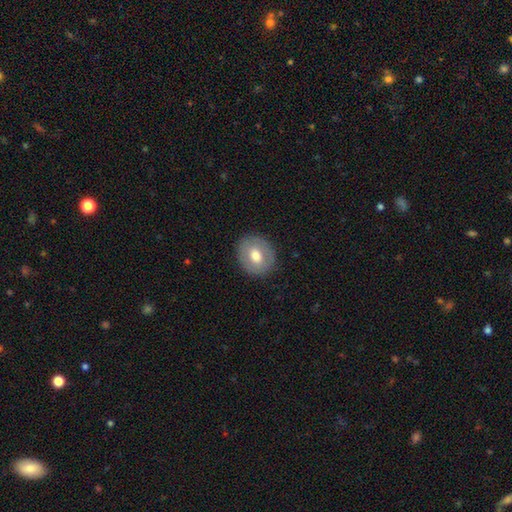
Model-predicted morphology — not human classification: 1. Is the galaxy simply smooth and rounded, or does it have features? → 62% smooth, 31% featured or disk, 7% star or artifact.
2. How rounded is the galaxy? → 65% round, 34% in between, 1% cigar-shaped.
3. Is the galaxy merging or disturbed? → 86% none, 10% minor disturbance, 3% major disturbance, 1% merger.